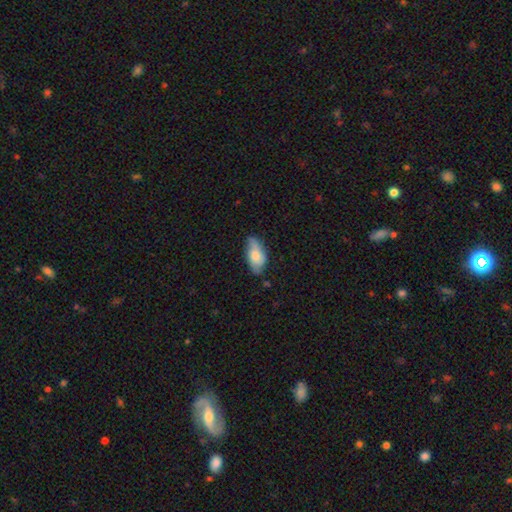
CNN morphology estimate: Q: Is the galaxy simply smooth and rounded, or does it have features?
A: smooth — 62%.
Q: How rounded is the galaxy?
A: in between — 89%.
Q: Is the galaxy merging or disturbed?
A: none — 62%.